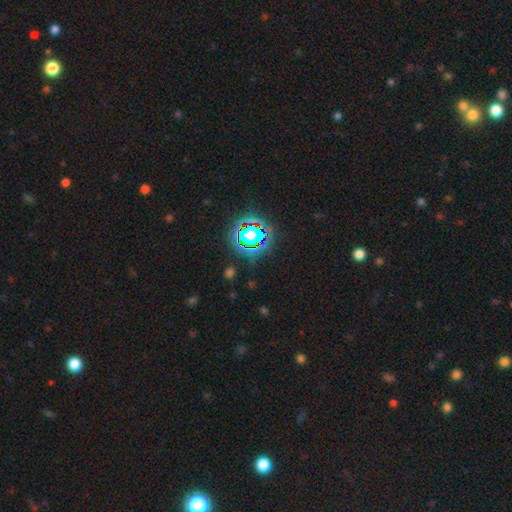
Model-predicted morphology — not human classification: The model was most divided on "smooth or featured": star or artifact: 79%, smooth: 13%, featured or disk: 7%.